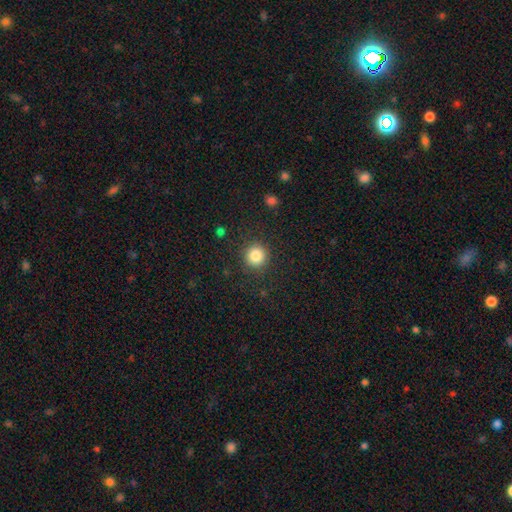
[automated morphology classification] smooth-or-featured: smooth: 84% | star or artifact: 11% | featured or disk: 5%
  how-rounded: round: 93% | in between: 6% | cigar-shaped: 1%
  merging: none: 89% | minor disturbance: 7% | major disturbance: 3% | merger: 1%